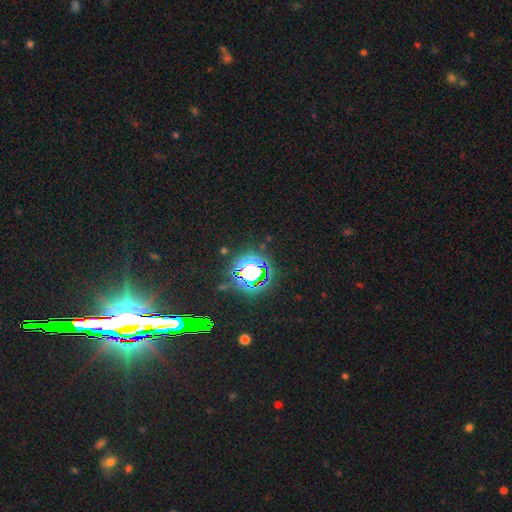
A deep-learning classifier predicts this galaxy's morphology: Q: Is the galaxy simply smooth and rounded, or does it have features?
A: star or artifact — 80%.